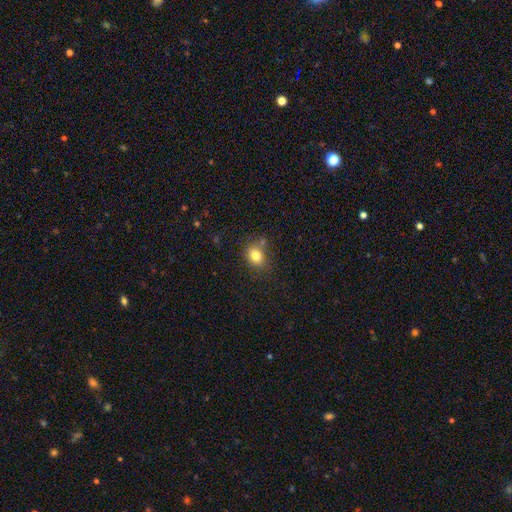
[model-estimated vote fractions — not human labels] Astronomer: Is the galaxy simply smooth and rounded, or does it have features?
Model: smooth — 81%.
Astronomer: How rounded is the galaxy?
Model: in between — 52% (runner-up: round, 47%).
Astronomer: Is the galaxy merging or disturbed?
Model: none — 68%.